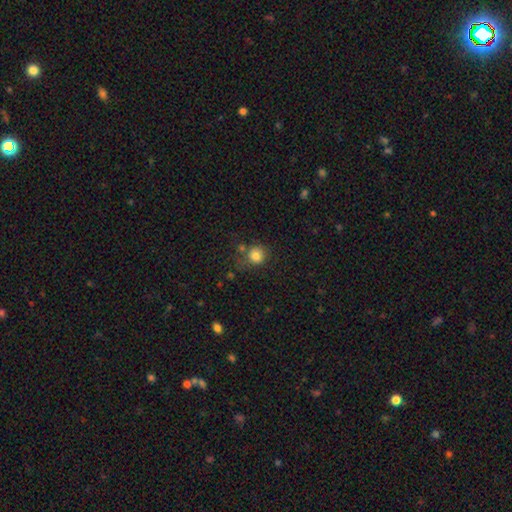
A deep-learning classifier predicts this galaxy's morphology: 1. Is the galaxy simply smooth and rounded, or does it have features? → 82% smooth, 11% star or artifact, 6% featured or disk.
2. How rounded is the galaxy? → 88% round, 11% in between, 1% cigar-shaped.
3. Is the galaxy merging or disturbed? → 65% none, 16% minor disturbance, 11% merger, 8% major disturbance.